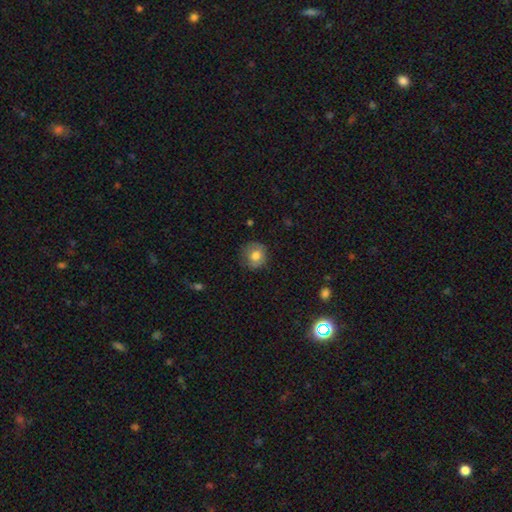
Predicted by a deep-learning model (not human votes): Overall: smooth (74%). How rounded: round (82%). Merging: none (73%).